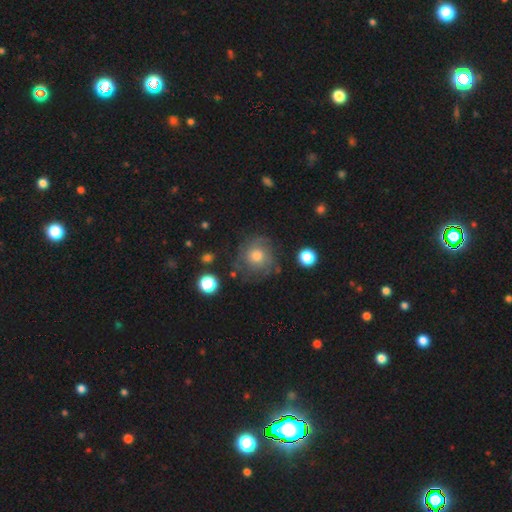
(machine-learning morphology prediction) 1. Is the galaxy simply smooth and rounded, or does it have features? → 56% smooth, 30% featured or disk, 14% star or artifact.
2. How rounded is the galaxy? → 89% round, 10% in between, 1% cigar-shaped.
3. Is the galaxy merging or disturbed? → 74% none, 16% minor disturbance, 7% major disturbance, 2% merger.